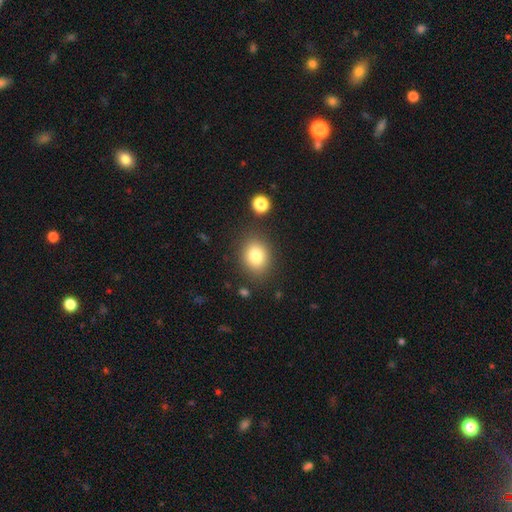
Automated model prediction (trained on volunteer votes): Overall: smooth (81%). How rounded: round (56%; in between 43%). Merging: none (83%).